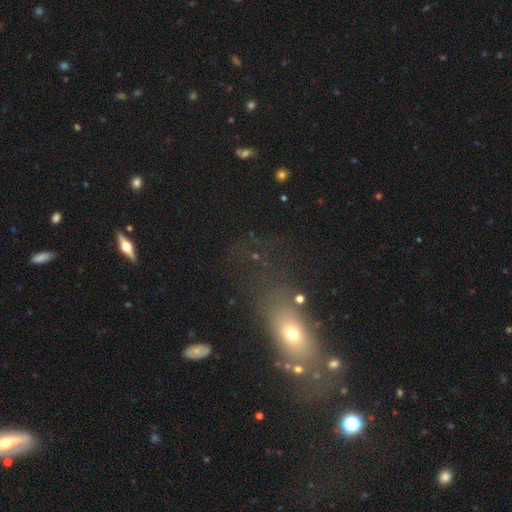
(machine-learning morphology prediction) smooth 49%, featured or disk 26%, star or artifact 25%. Down the decision tree: merging — none (59%).